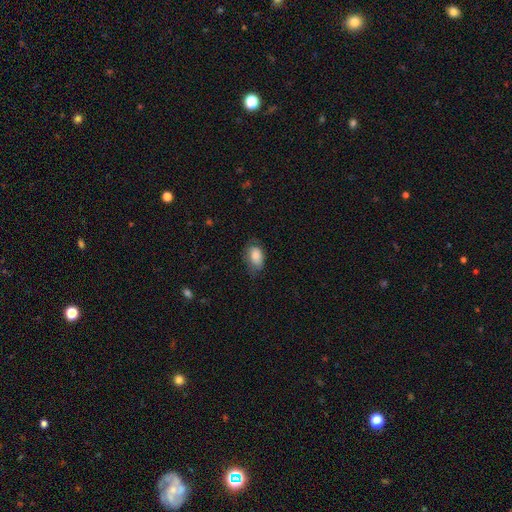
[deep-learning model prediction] This appears to be a smooth galaxy with no disk features (78%) that is in between round and cigar-shaped (88%). Merging: none (56%).